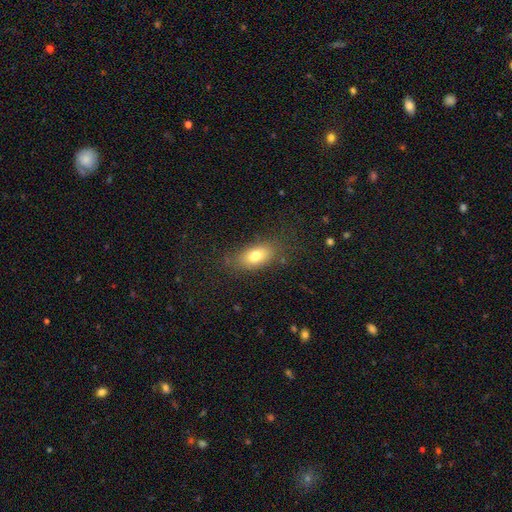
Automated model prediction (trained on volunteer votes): A smooth galaxy with no disk features (78%) that is in between round and cigar-shaped (87%).

Vote fractions:
- Smooth or featured? smooth: 78% / featured or disk: 13% / star or artifact: 9%
- How rounded? in between: 87% / cigar-shaped: 7% / round: 6%
- Merging? none: 76% / minor disturbance: 16% / major disturbance: 6% / merger: 2%